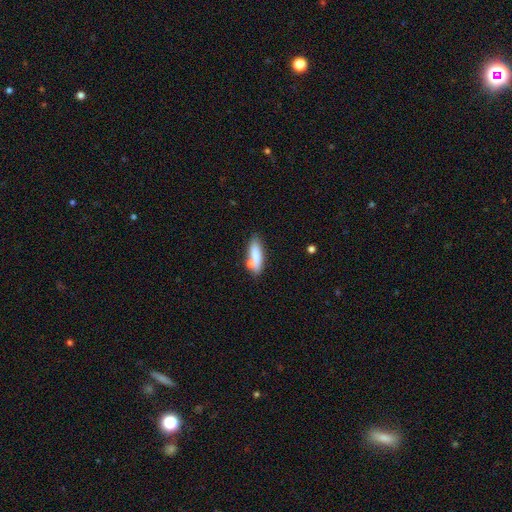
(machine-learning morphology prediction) A smooth galaxy with no disk features (77%) that is in between round and cigar-shaped (57%).

Vote fractions:
- Smooth or featured? smooth: 77% / featured or disk: 15% / star or artifact: 7%
- How rounded? in between: 57% / cigar-shaped: 41% / round: 3%
- Merging? none: 58% / minor disturbance: 18% / merger: 18% / major disturbance: 6%